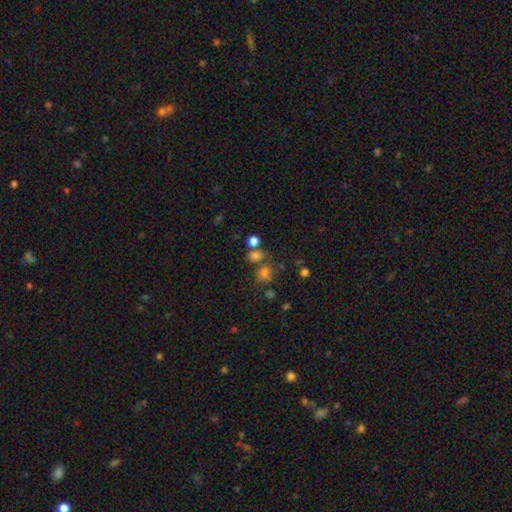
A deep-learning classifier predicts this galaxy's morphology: smooth-or-featured: smooth: 72% | star or artifact: 20% | featured or disk: 8%
  how-rounded: round: 60% | in between: 38% | cigar-shaped: 1%
  merging: none: 60% | merger: 22% | minor disturbance: 12% | major disturbance: 6%